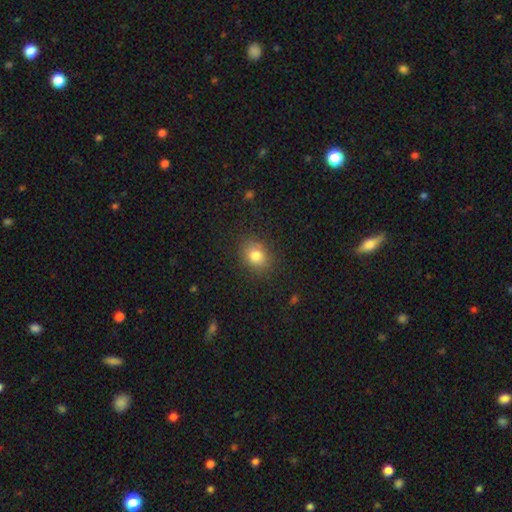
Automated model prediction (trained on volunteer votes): smooth-or-featured: smooth: 81% | star or artifact: 12% | featured or disk: 8%
  how-rounded: in between: 50% | round: 49% | cigar-shaped: 1%
  merging: none: 84% | minor disturbance: 11% | major disturbance: 3% | merger: 1%